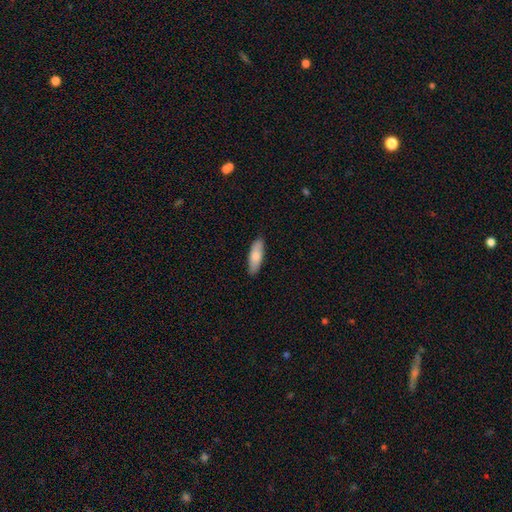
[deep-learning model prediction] A smooth galaxy with no disk features (79%) that is in between round and cigar-shaped (56%). Merging: none (88%).